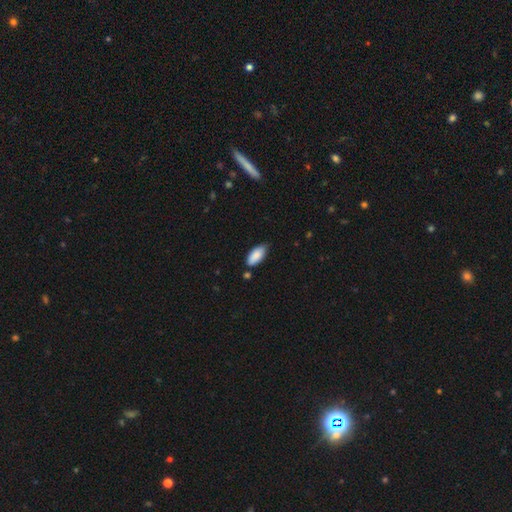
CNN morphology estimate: This is clearly a smooth galaxy (88%). How rounded: clearly in between (90%). Merging: likely none (71%).